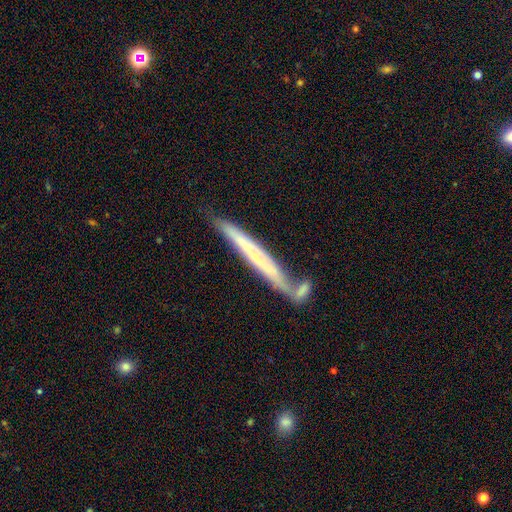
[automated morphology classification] The model was most divided on "smooth or featured": featured or disk: 58%, smooth: 35%, star or artifact: 7%. More confident: edge-on disk — yes (87%); edge-on bulge — none (71%); merging — none (54%).